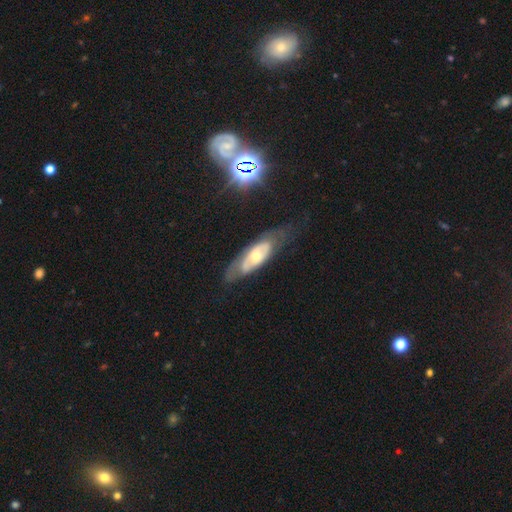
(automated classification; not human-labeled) featured or disk 66%, smooth 27%, star or artifact 7%. Down the decision tree: edge-on disk — no (80%); bar — no (73%); spiral arms — yes (52%); bulge size — moderate (55%); merging — none (60%).